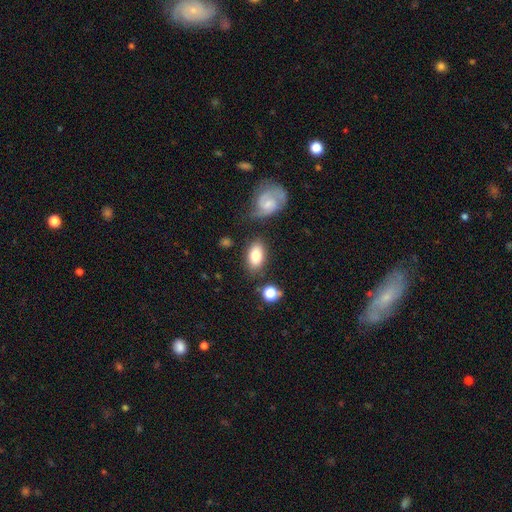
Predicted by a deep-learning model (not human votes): Smooth or featured? Predicted: smooth (p=0.78). How rounded? Predicted: in between (p=0.90). Merging? Predicted: none (p=0.74).